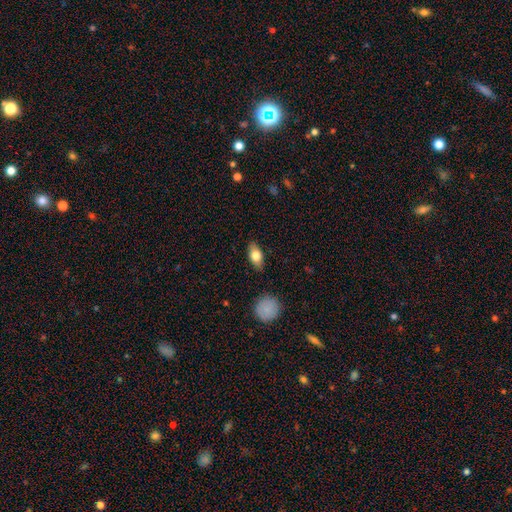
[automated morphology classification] A smooth galaxy with no disk features (75%) that is in between round and cigar-shaped (84%). Merging: none (85%).